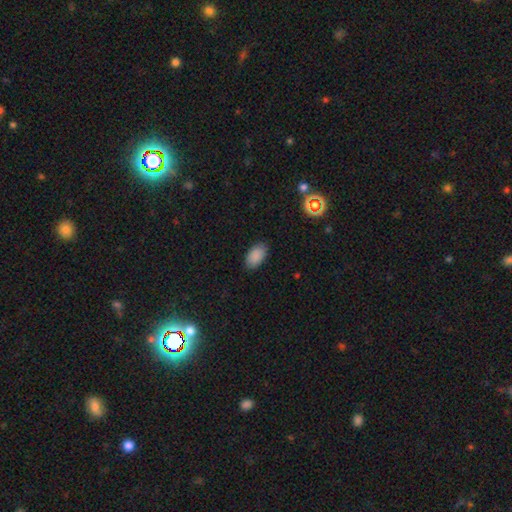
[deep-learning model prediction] Smooth or featured? Predicted: smooth (p=0.88). How rounded? Predicted: in between (p=0.94). Merging? Predicted: none (p=0.86).